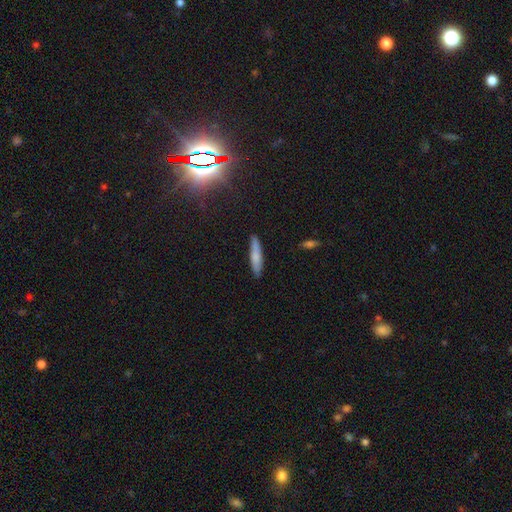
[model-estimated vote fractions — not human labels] Smooth or featured: smooth — 72% (featured or disk — 22%)
How rounded: cigar-shaped — 88% (in between — 10%)
Merging: none — 87% (minor disturbance — 10%)